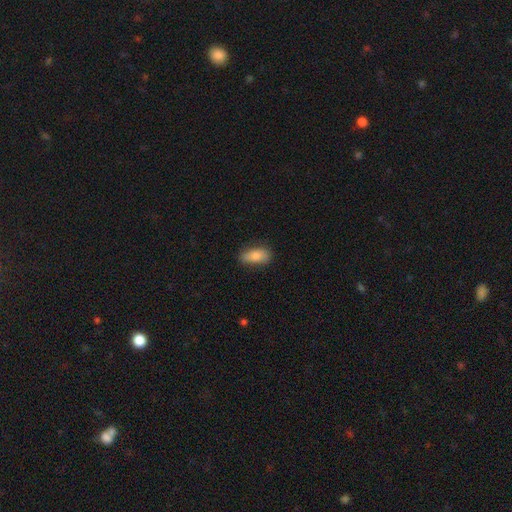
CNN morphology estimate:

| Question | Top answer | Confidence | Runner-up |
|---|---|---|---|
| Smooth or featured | smooth | 80% | featured or disk (13%) |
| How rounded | in between | 86% | cigar-shaped (10%) |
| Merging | none | 76% | minor disturbance (19%) |